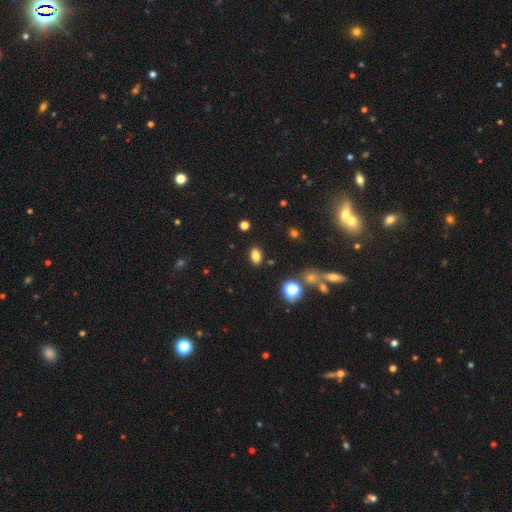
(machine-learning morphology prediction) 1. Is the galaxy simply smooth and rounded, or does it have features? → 80% smooth, 14% star or artifact, 6% featured or disk.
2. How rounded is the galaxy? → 84% in between, 14% round, 2% cigar-shaped.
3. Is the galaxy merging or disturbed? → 86% none, 9% minor disturbance, 3% merger, 2% major disturbance.